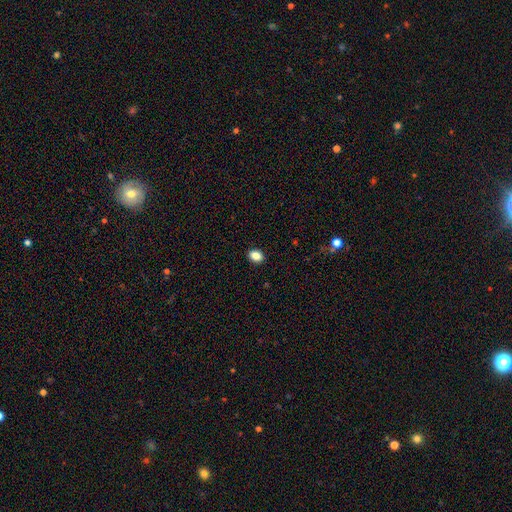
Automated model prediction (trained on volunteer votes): Overall: smooth (86%). How rounded: in between (70%). Merging: none (91%).